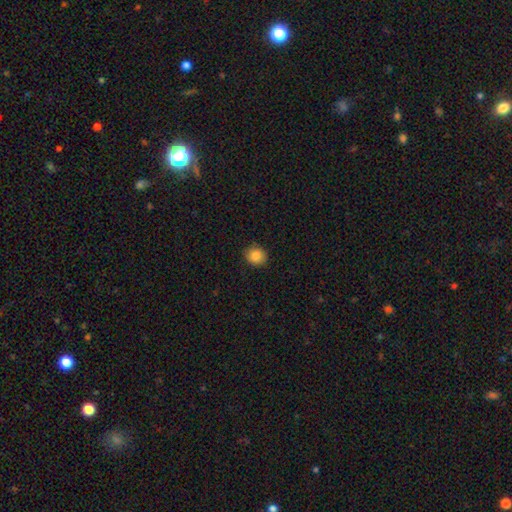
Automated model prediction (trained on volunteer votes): Smooth or featured: smooth — 85% (star or artifact — 10%)
How rounded: round — 80% (in between — 19%)
Merging: none — 88% (minor disturbance — 9%)